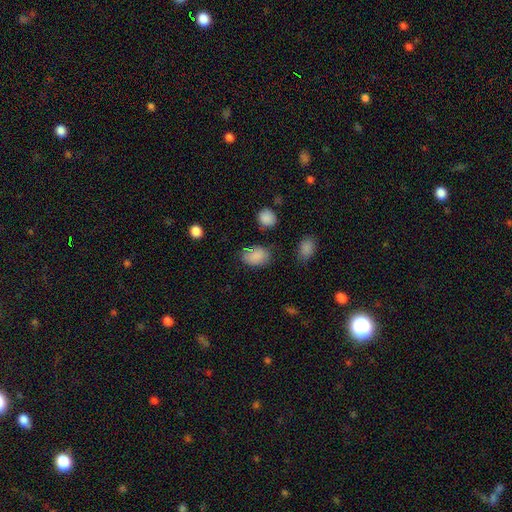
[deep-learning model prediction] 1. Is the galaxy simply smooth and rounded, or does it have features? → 83% smooth, 12% star or artifact, 5% featured or disk.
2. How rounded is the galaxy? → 81% in between, 18% round, 1% cigar-shaped.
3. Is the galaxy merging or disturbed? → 70% none, 19% minor disturbance, 6% major disturbance, 4% merger.